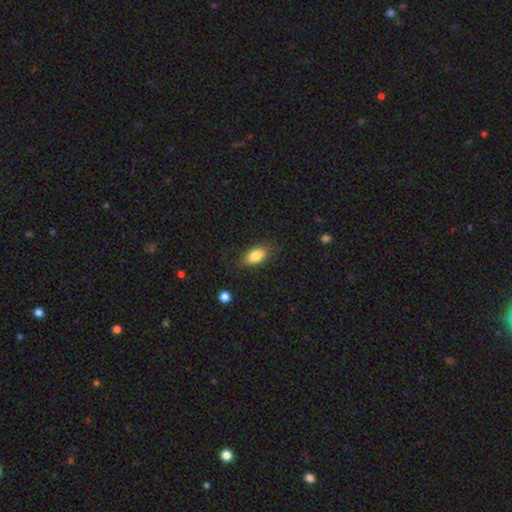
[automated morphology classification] A smooth galaxy with no disk features (83%) that is in between round and cigar-shaped (88%).

Vote fractions:
- Smooth or featured? smooth: 83% / featured or disk: 9% / star or artifact: 8%
- How rounded? in between: 88% / round: 7% / cigar-shaped: 5%
- Merging? none: 80% / minor disturbance: 15% / major disturbance: 4% / merger: 1%